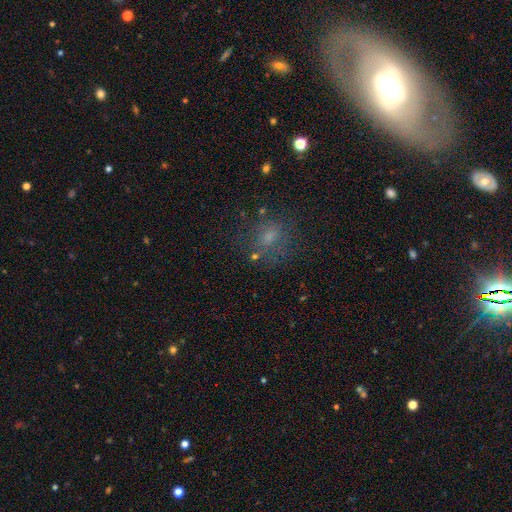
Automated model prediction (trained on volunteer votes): This is possibly a smooth galaxy (58%). How rounded: possibly round (57%). Merging: likely none (66%).